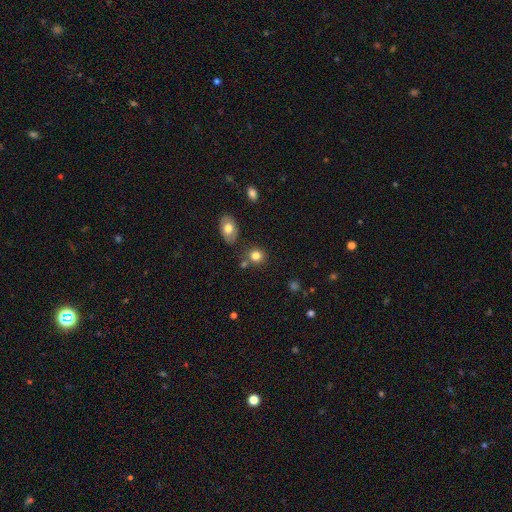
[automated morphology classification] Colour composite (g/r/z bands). It shows a smooth galaxy with no disk features (81%) that is round (79%). Merging: none (73%).